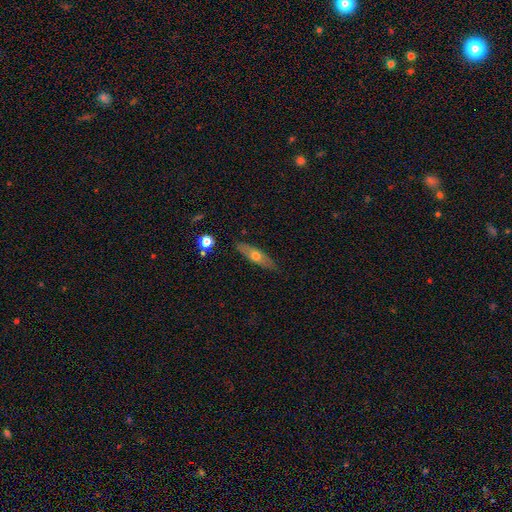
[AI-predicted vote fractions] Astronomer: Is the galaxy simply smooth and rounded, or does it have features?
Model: smooth — 50% (runner-up: featured or disk, 43%).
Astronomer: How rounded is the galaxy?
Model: cigar-shaped — 56% (runner-up: in between, 40%).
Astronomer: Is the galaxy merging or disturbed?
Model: none — 84%.